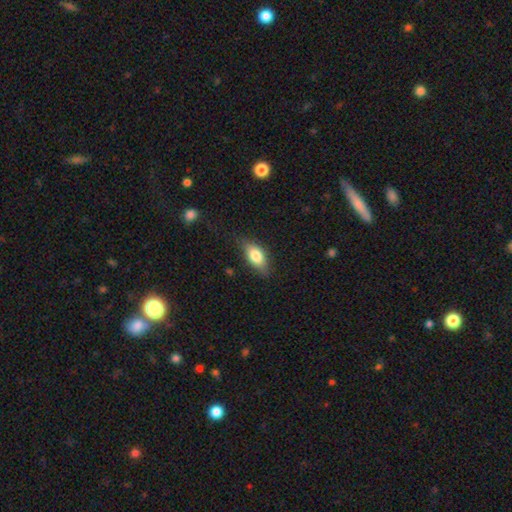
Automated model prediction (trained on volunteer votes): smooth 76%, featured or disk 17%, star or artifact 7%. Down the decision tree: how rounded — in between (85%); merging — none (73%).